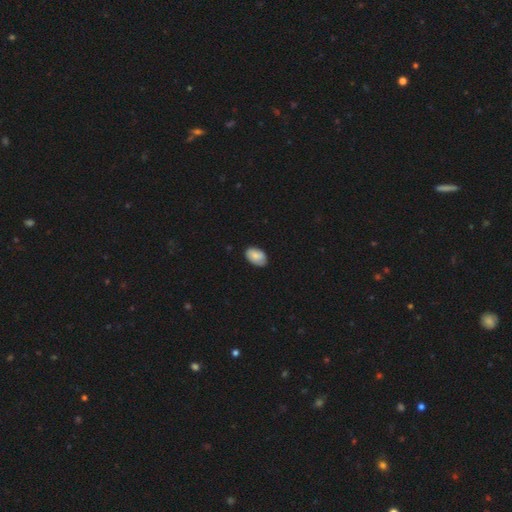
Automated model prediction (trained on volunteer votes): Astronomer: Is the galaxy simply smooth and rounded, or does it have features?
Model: smooth — 81%.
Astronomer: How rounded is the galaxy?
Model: in between — 91%.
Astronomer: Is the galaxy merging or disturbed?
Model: none — 79%.